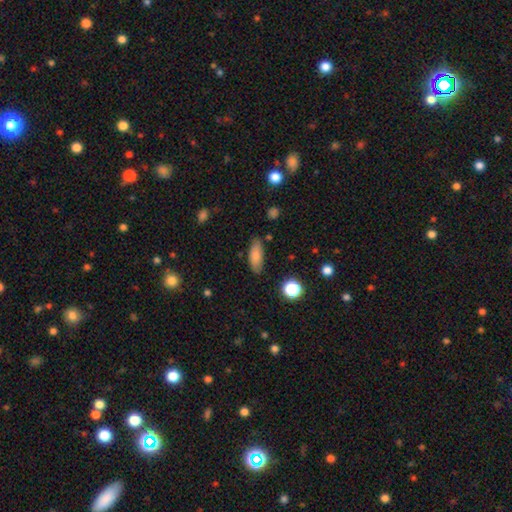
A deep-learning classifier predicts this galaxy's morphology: smooth_or_featured: smooth (p=0.83) [alt: featured or disk p=0.09]
how_rounded: in between (p=0.72) [alt: cigar-shaped p=0.25]
merging: none (p=0.81) [alt: minor disturbance p=0.13]